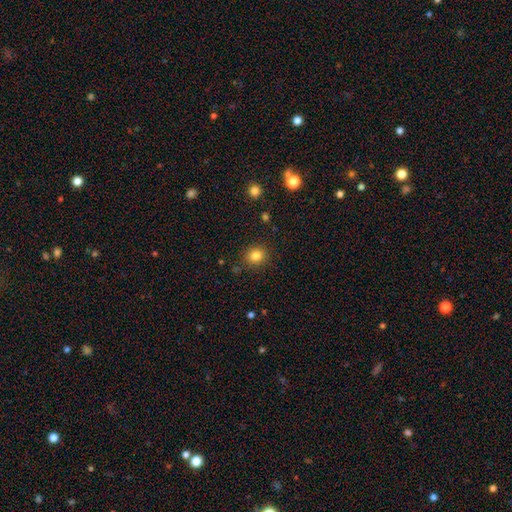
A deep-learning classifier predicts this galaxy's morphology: smooth-or-featured: smooth: 83% | star or artifact: 12% | featured or disk: 6%
  how-rounded: round: 80% | in between: 19% | cigar-shaped: 1%
  merging: none: 87% | minor disturbance: 8% | major disturbance: 3% | merger: 2%